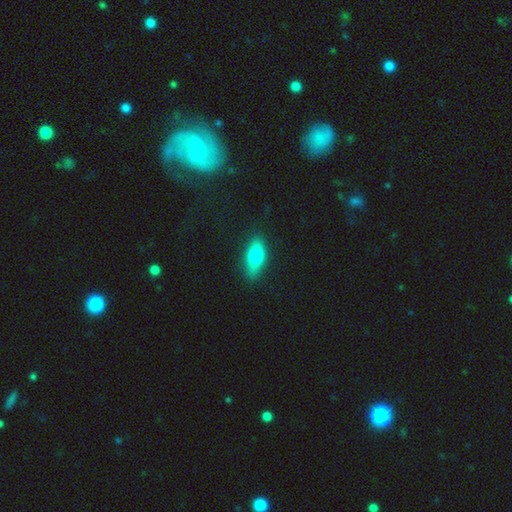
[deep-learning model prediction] A smooth galaxy with no disk features (73%) that is in between round and cigar-shaped (77%). Merging: none (85%).